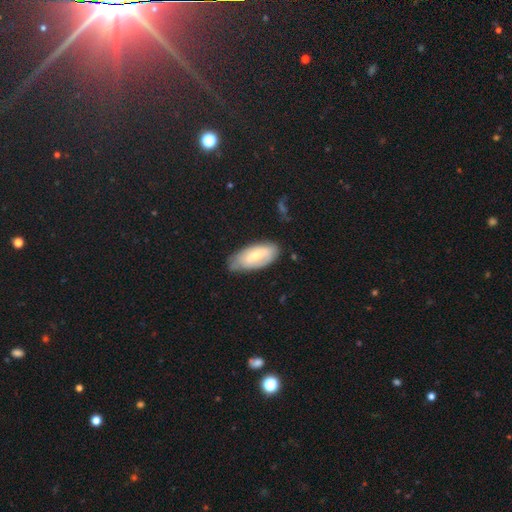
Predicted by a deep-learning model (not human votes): Smooth or featured?
  - smooth: 54% *
  - featured or disk: 40%
  - star or artifact: 6%
How rounded?
  - in between: 86% *
  - cigar-shaped: 12%
  - round: 2%
Merging?
  - none: 64% *
  - minor disturbance: 28%
  - major disturbance: 6%
  - merger: 2%